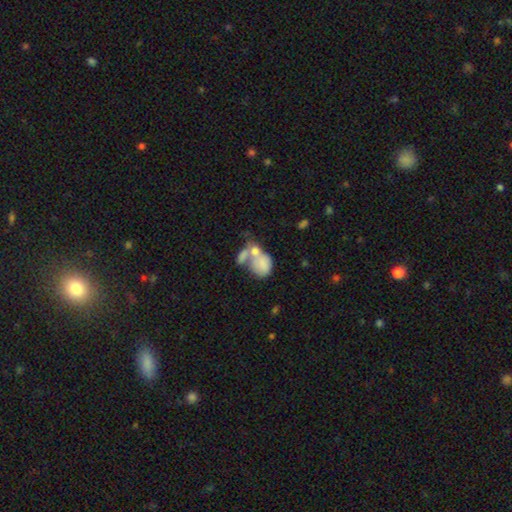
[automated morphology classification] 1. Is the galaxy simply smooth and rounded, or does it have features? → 64% smooth, 26% featured or disk, 10% star or artifact.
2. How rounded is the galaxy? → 72% in between, 26% round, 2% cigar-shaped.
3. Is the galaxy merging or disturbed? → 59% merger, 18% none, 12% major disturbance, 10% minor disturbance.